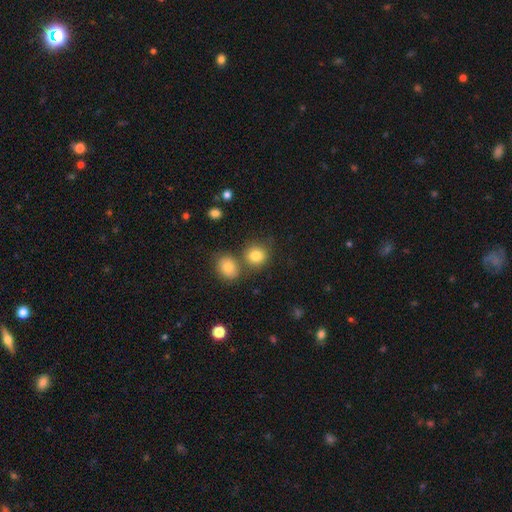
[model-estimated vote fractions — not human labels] Smooth or featured? smooth (82%)
How rounded? round (81%)
Merging? none (65%)